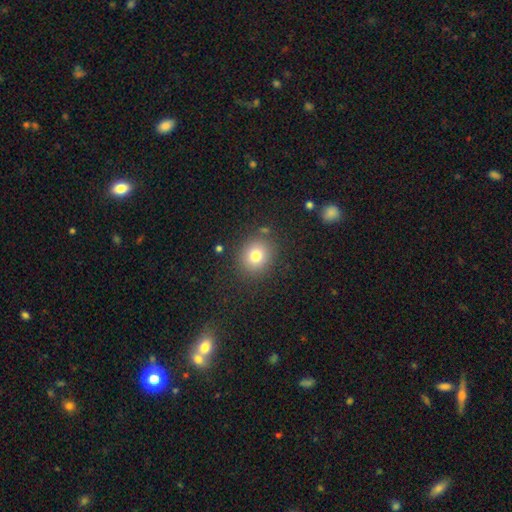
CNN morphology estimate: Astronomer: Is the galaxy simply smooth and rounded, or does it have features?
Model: smooth — 78%.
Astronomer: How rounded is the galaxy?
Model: round — 79%.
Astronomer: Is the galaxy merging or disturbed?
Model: none — 85%.